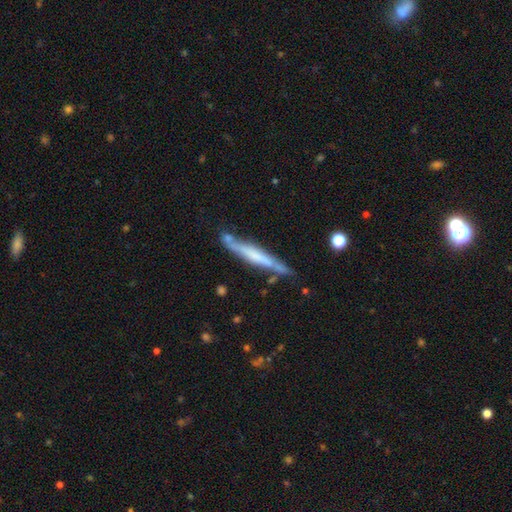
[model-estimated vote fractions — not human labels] The model was most divided on "smooth or featured": featured or disk: 55%, smooth: 39%, star or artifact: 6%. More confident: edge-on disk — yes (93%); merging — none (73%); edge-on bulge — none (51%).